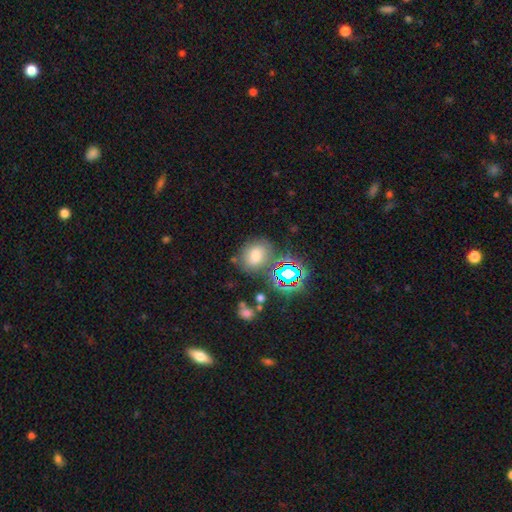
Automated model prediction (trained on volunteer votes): Overall: smooth (62%; star or artifact 27%). How rounded: in between (50%; round 48%). Merging: none (69%).